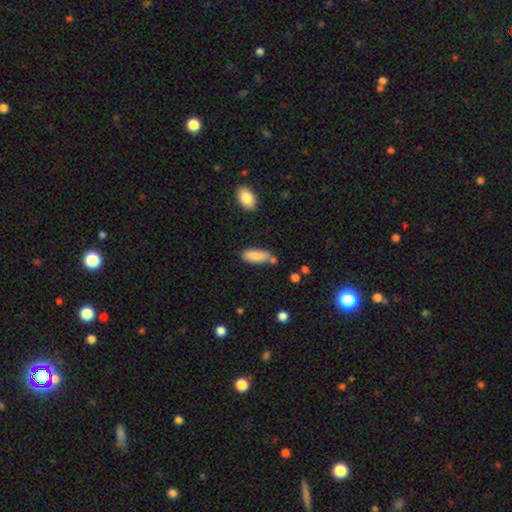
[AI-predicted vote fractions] A smooth galaxy with no disk features (85%) that is in between round and cigar-shaped (74%). Merging: none (60%).